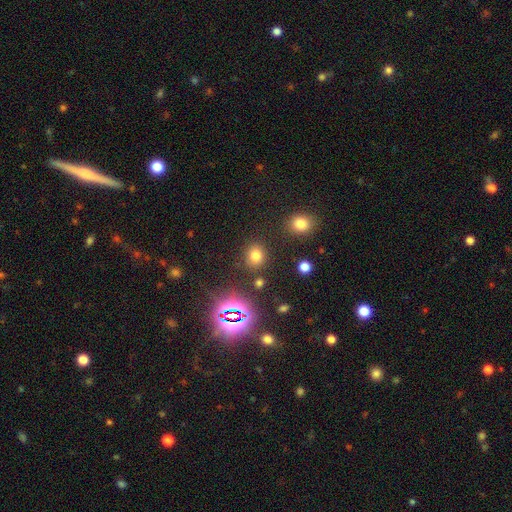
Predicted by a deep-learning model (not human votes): Smooth or featured? smooth (72%)
How rounded? round (73%)
Merging? none (85%)